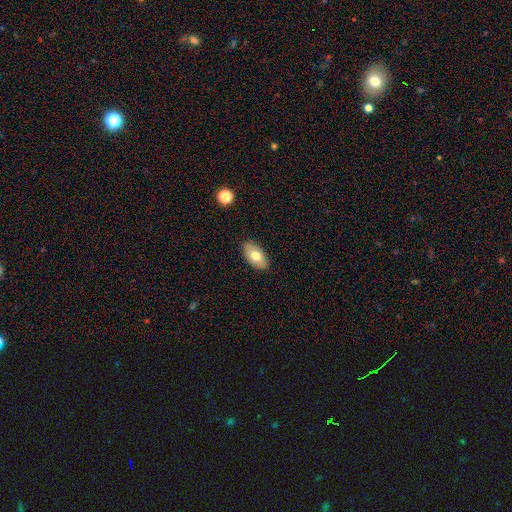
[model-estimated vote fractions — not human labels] Q: Smooth or featured?
A: smooth (72%); runner-up: featured or disk (21%)
Q: How rounded?
A: in between (94%); runner-up: round (4%)
Q: Merging?
A: none (87%); runner-up: minor disturbance (10%)